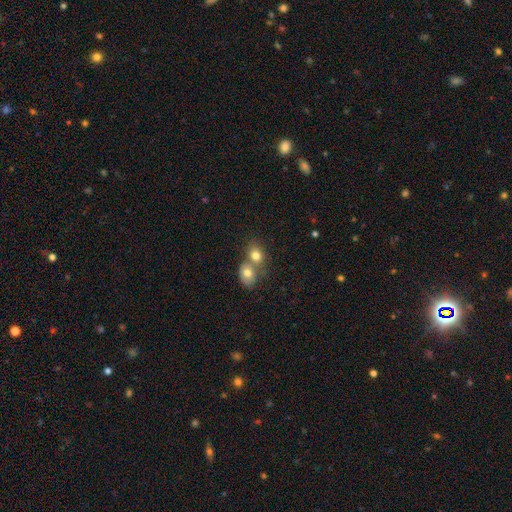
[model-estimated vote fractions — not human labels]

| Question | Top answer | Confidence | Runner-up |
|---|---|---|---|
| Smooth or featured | smooth | 76% | featured or disk (13%) |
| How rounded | round | 52% | in between (47%) |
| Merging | merger | 58% | none (32%) |